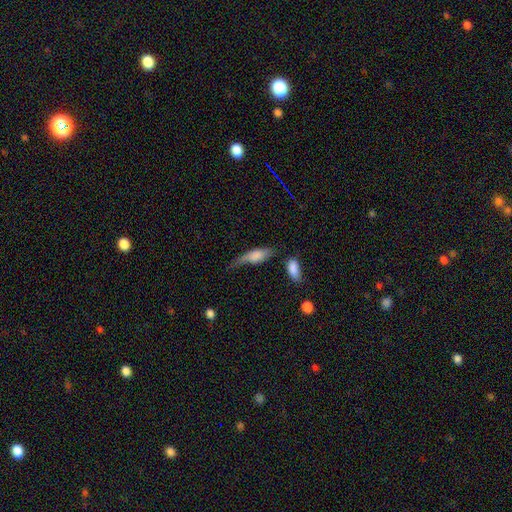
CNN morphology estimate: Smooth or featured? smooth (65%)
How rounded? in between (57%)
Merging? minor disturbance (35%)